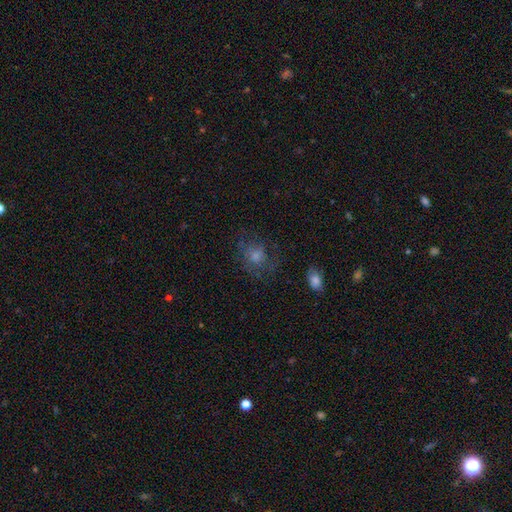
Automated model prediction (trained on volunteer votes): This appears to be a smooth galaxy with no disk features (42%). Merging: none (65%).